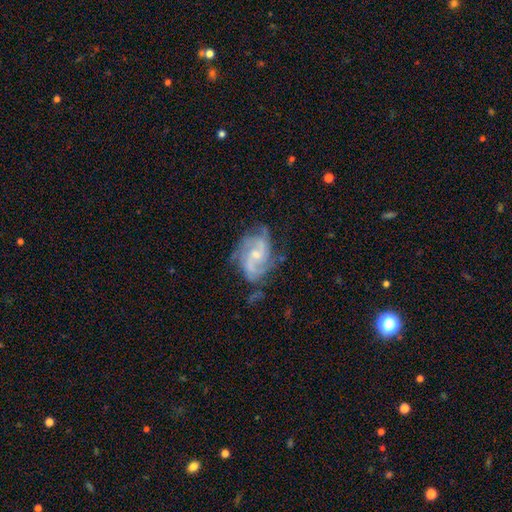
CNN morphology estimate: A featured or disk galaxy (84%) with no bar (52%), 2 (48%) medium (48%) spiral arms (95%) and a small central bulge (52%). Merging: none (63%).